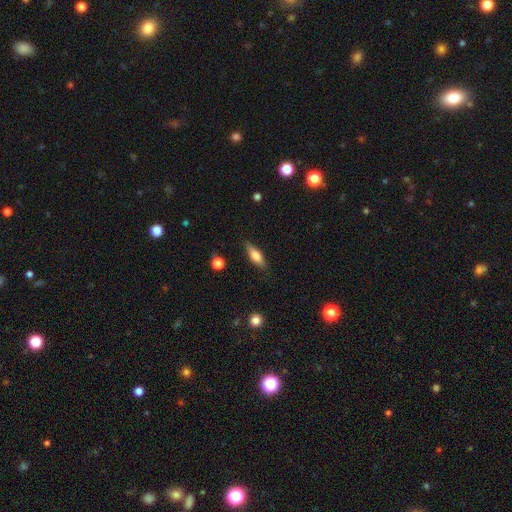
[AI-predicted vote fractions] Overall: smooth (67%). How rounded: in between (56%; cigar-shaped 41%). Merging: none (83%).